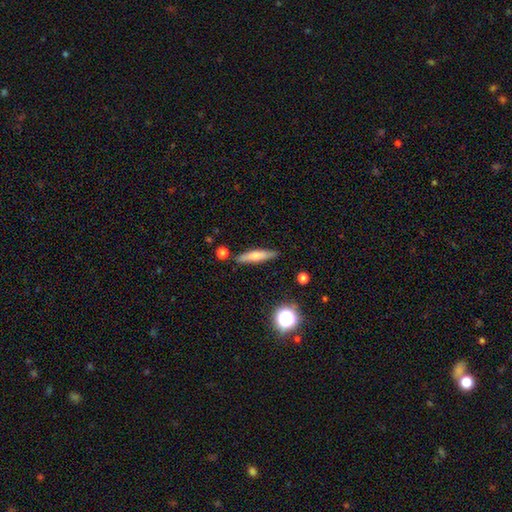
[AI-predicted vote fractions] The model was most divided on "smooth or featured": smooth: 61%, featured or disk: 31%, star or artifact: 8%. More confident: merging — none (84%); how rounded — cigar-shaped (82%).